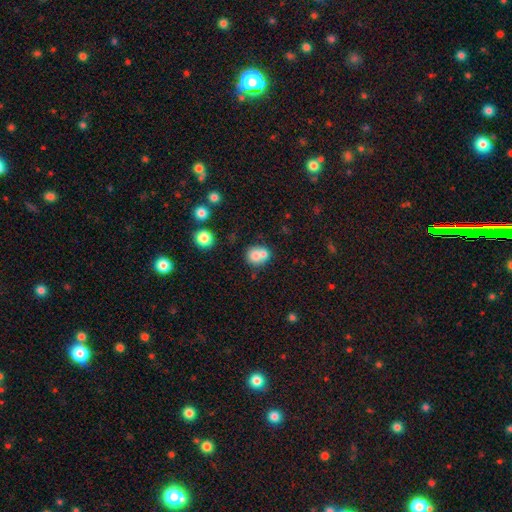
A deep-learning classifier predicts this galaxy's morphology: This is likely a smooth galaxy (73%). How rounded: likely round (76%). Merging: possibly merger (54%).